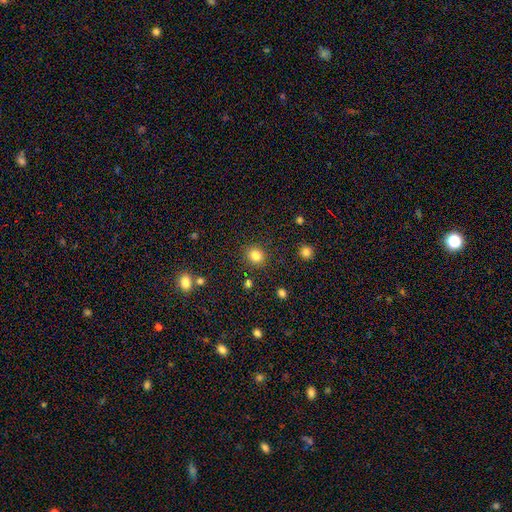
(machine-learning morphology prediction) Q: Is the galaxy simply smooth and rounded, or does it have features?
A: smooth — 83%.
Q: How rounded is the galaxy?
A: round — 76%.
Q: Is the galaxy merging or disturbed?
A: none — 89%.